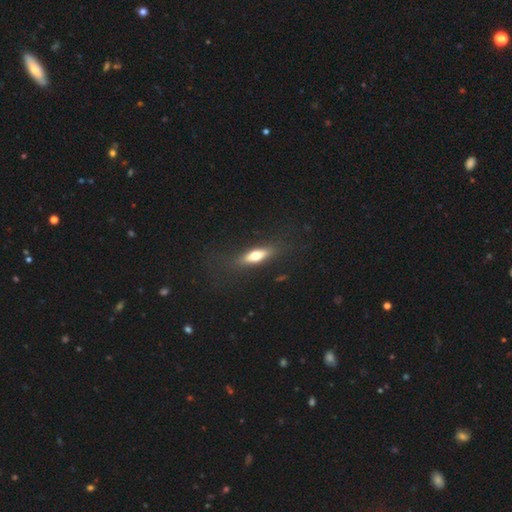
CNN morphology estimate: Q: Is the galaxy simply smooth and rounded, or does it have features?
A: smooth — 57%.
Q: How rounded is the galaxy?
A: cigar-shaped — 51%.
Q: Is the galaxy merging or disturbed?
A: none — 81%.